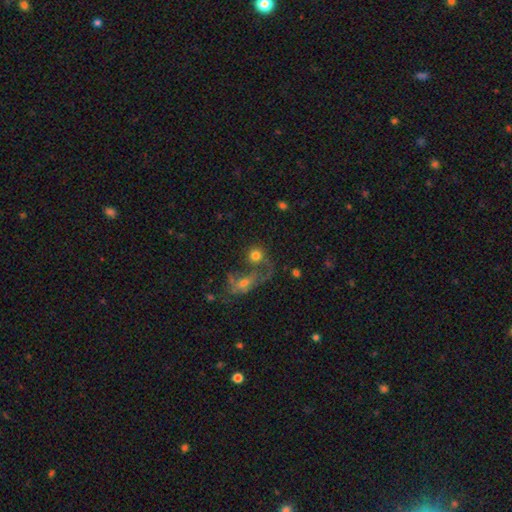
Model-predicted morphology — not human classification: smooth-or-featured: smooth: 71% | featured or disk: 18% | star or artifact: 11%
  how-rounded: round: 83% | in between: 16% | cigar-shaped: 2%
  merging: merger: 42% | none: 34% | major disturbance: 13% | minor disturbance: 11%